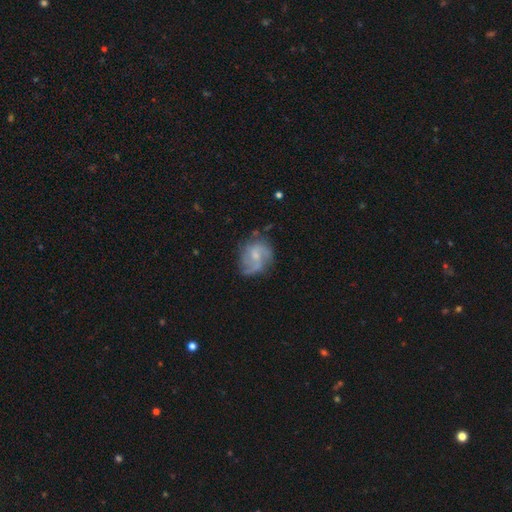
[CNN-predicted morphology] type=featured or disk (74%); edge-on=no (98%); bar=no (52%); spiral arms=yes (92%); winding=medium (47%); arm count=2 (45%); bulge=small (54%); merging=none (62%).